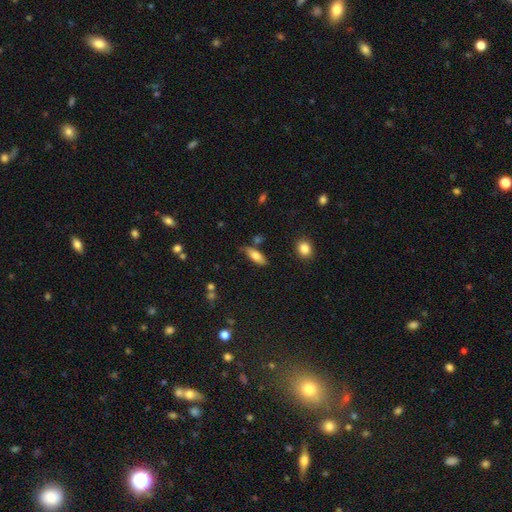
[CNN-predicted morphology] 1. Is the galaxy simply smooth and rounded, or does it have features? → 76% smooth, 17% featured or disk, 7% star or artifact.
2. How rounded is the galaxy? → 72% in between, 26% cigar-shaped, 3% round.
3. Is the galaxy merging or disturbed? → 71% none, 18% minor disturbance, 7% merger, 4% major disturbance.